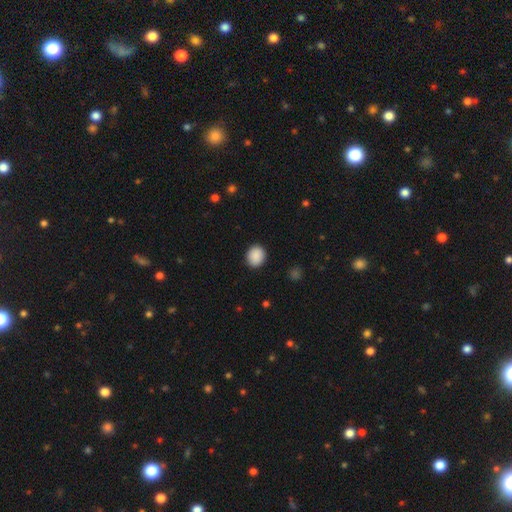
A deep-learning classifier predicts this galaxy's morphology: A smooth galaxy with no disk features (90%) that is round (71%). Merging: none (90%).